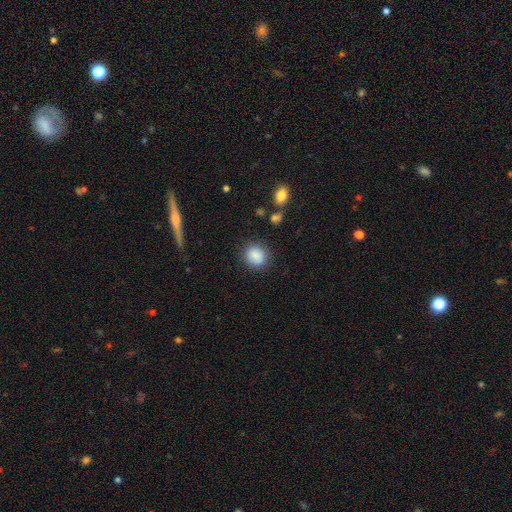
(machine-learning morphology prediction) smooth_or_featured: smooth (p=0.87) [alt: star or artifact p=0.08]
how_rounded: round (p=0.77) [alt: in between p=0.22]
merging: none (p=0.82) [alt: minor disturbance p=0.11]